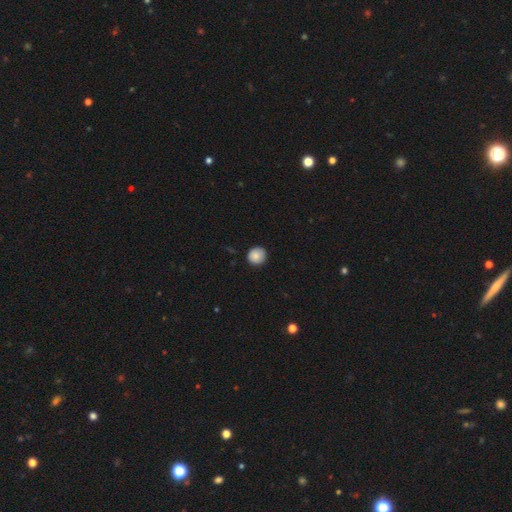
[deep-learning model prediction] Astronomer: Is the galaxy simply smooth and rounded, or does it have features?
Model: smooth — 84%.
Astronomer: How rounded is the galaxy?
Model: round — 92%.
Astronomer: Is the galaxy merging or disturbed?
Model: none — 89%.